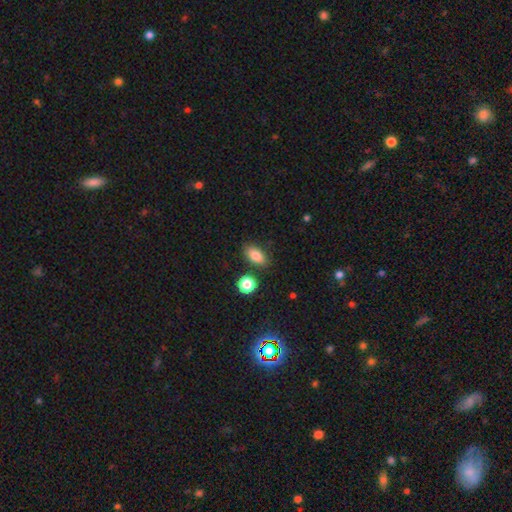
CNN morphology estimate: This is clearly a smooth galaxy (82%). How rounded: clearly in between (87%). Merging: likely none (79%).